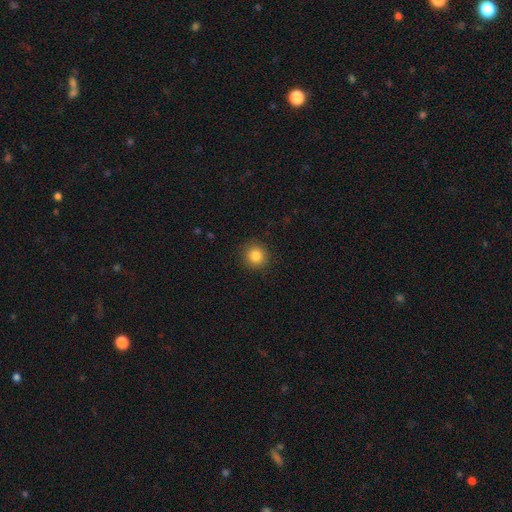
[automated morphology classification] Smooth or featured? smooth (84%)
How rounded? round (92%)
Merging? none (91%)